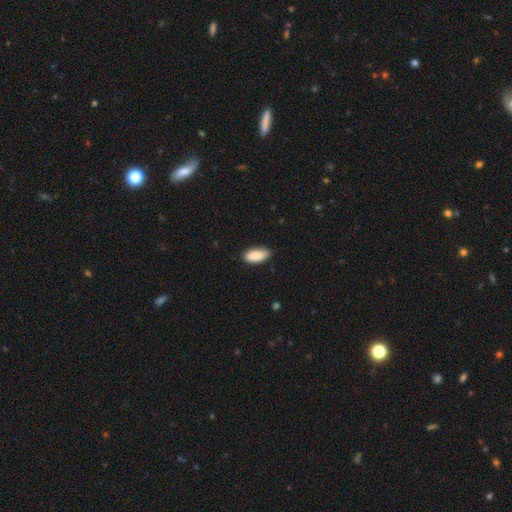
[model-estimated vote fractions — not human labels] This is clearly a smooth galaxy (89%). How rounded: clearly in between (88%). Merging: clearly none (81%).